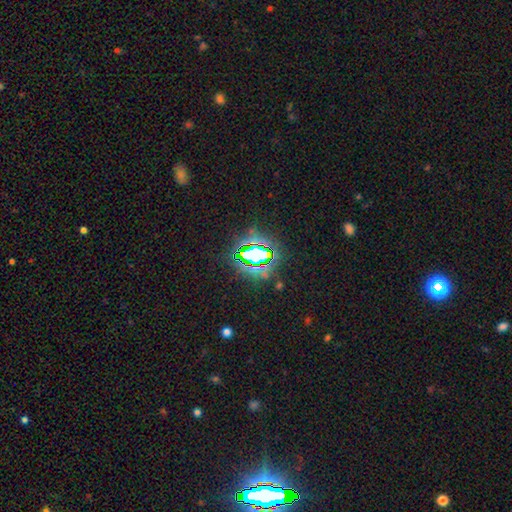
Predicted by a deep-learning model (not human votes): smooth-or-featured: star or artifact: 70% | smooth: 18% | featured or disk: 11%